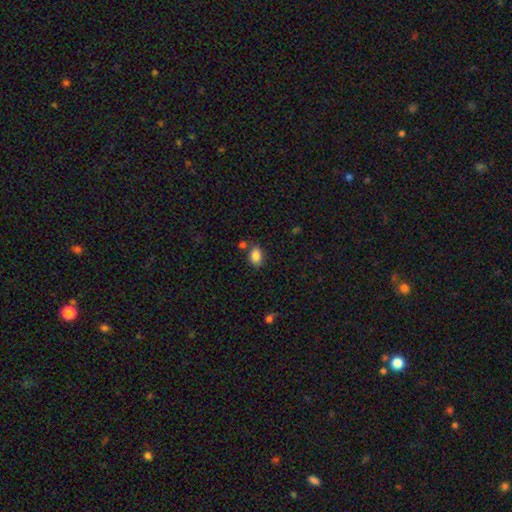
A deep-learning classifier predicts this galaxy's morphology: smooth_or_featured: smooth (p=0.86) [alt: star or artifact p=0.09]
how_rounded: in between (p=0.81) [alt: round p=0.17]
merging: none (p=0.75) [alt: minor disturbance p=0.12]